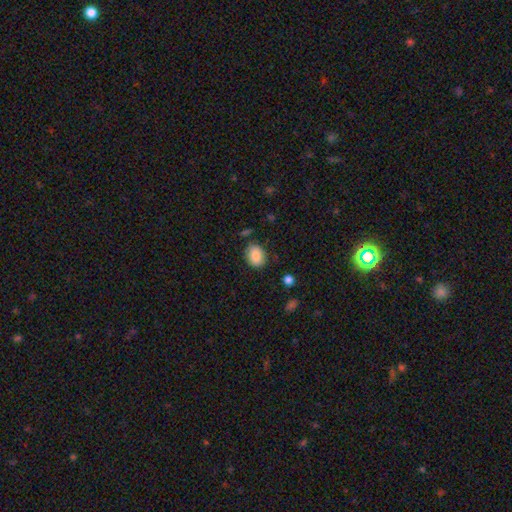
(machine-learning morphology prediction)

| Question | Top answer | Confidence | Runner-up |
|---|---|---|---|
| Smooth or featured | smooth | 86% | star or artifact (8%) |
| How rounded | in between | 52% | round (47%) |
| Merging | none | 80% | minor disturbance (14%) |